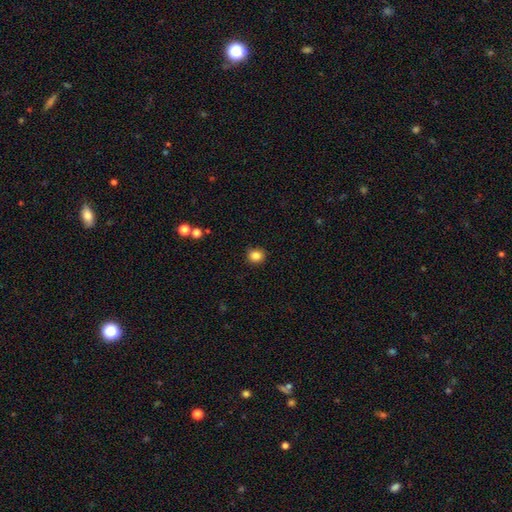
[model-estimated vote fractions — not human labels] smooth_or_featured: smooth (p=0.84) [alt: star or artifact p=0.11]
how_rounded: round (p=0.80) [alt: in between p=0.19]
merging: none (p=0.89) [alt: minor disturbance p=0.07]